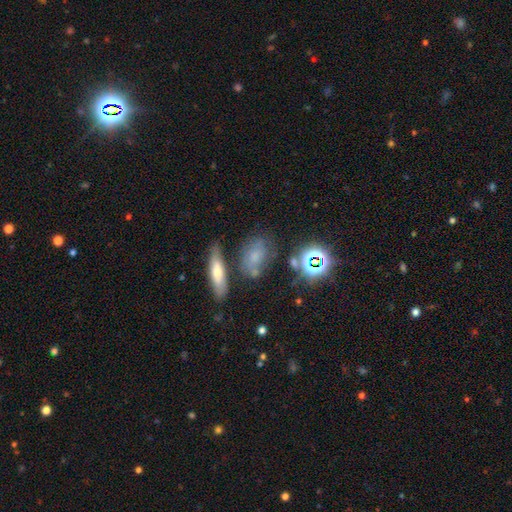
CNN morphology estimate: This is possibly a smooth galaxy (53%). How rounded: likely in between (68%). Merging: likely none (61%).